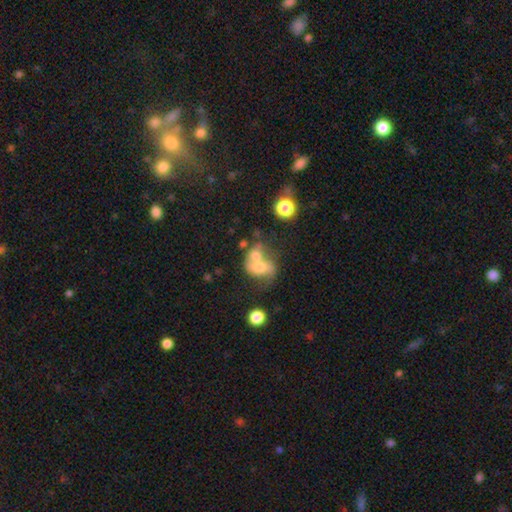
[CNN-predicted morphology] smooth-or-featured: featured or disk: 44% (tied) | smooth: 44% (tied) | star or artifact: 11%
  merging: merger: 55% | none: 22% | major disturbance: 12% | minor disturbance: 11%